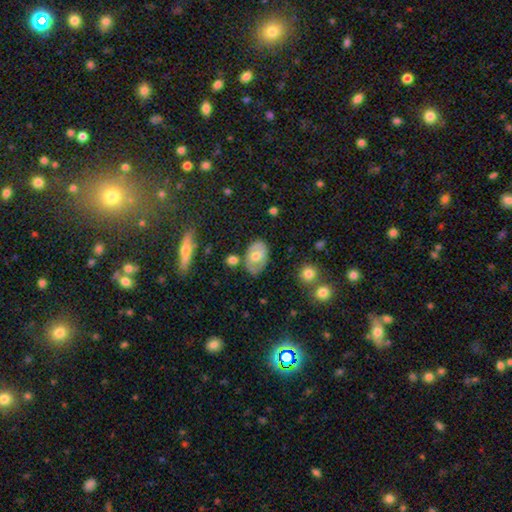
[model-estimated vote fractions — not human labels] A smooth galaxy with no disk features (51%) that is in between round and cigar-shaped (85%). Merging: none (70%).